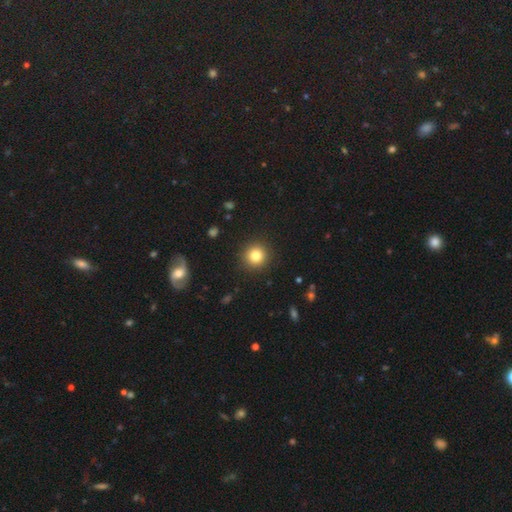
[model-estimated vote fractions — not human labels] Smooth or featured? smooth (82%)
How rounded? round (94%)
Merging? none (92%)